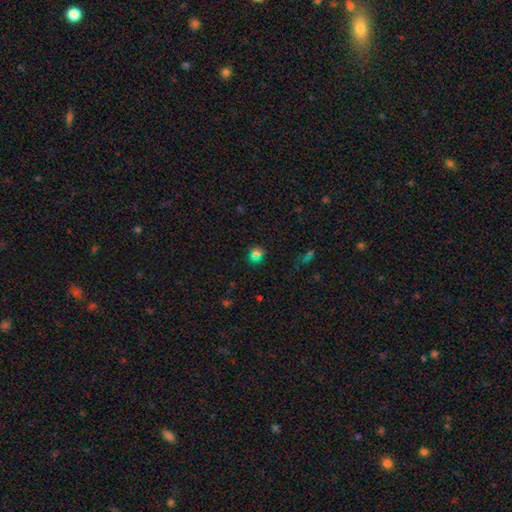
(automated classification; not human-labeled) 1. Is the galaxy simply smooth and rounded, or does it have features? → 64% smooth, 27% star or artifact, 9% featured or disk.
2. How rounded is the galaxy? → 81% round, 18% in between, 2% cigar-shaped.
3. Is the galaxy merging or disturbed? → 83% none, 10% minor disturbance, 4% major disturbance, 3% merger.